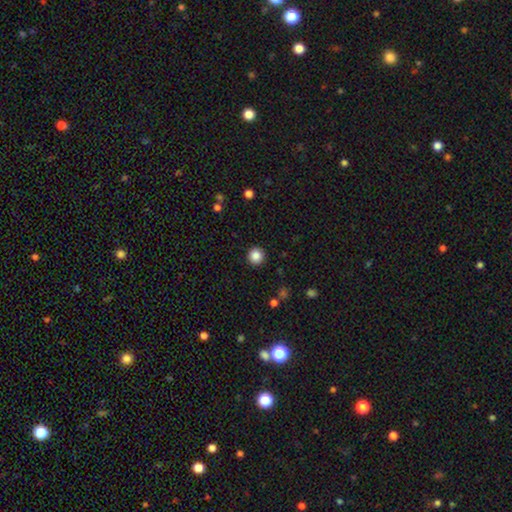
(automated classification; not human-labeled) smooth_or_featured: smooth (p=0.86) [alt: star or artifact p=0.10]
how_rounded: round (p=0.95) [alt: in between p=0.04]
merging: none (p=0.93) [alt: minor disturbance p=0.04]